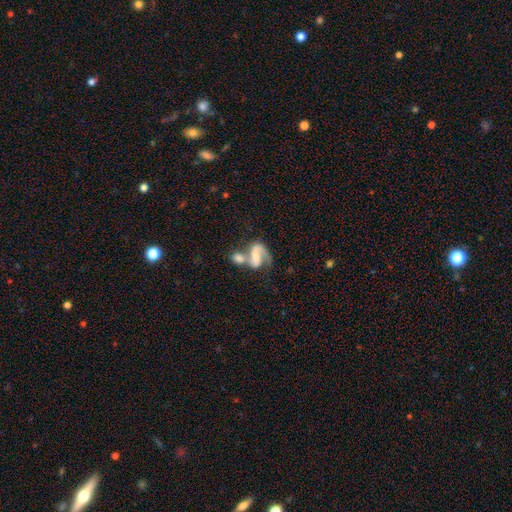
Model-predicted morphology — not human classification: Q: Smooth or featured?
A: featured or disk (66%); runner-up: smooth (26%)
Q: Edge-on disk?
A: no (97%); runner-up: yes (3%)
Q: Bar?
A: weak (35%); runner-up: no (34%)
Q: Spiral arms?
A: yes (86%); runner-up: no (14%)
Q: Spiral winding?
A: loose (45%); runner-up: medium (40%)
Q: Spiral arm count?
A: 2 (59%); runner-up: 1 (33%)
Q: Bulge size?
A: small (35%); runner-up: moderate (28%)
Q: Merging?
A: merger (57%); runner-up: none (19%)